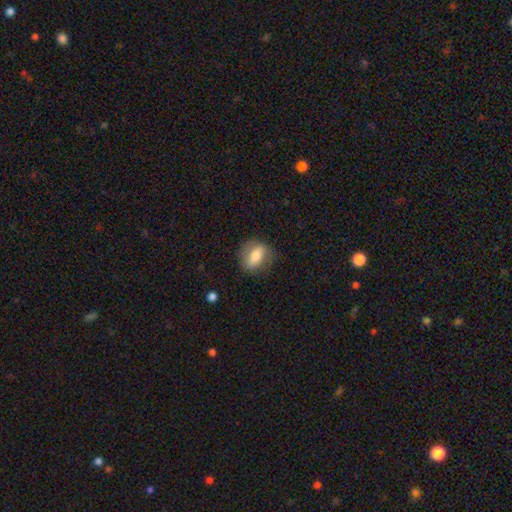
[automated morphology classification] smooth-or-featured: smooth: 59% | featured or disk: 34% | star or artifact: 7%
  how-rounded: in between: 64% | round: 32% | cigar-shaped: 4%
  merging: none: 74% | minor disturbance: 17% | major disturbance: 7% | merger: 1%